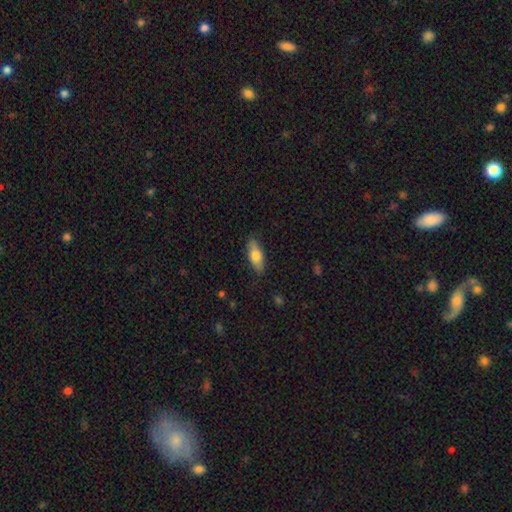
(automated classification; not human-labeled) Q: Smooth or featured?
A: smooth (70%); runner-up: featured or disk (24%)
Q: How rounded?
A: in between (72%); runner-up: cigar-shaped (25%)
Q: Merging?
A: none (84%); runner-up: minor disturbance (12%)